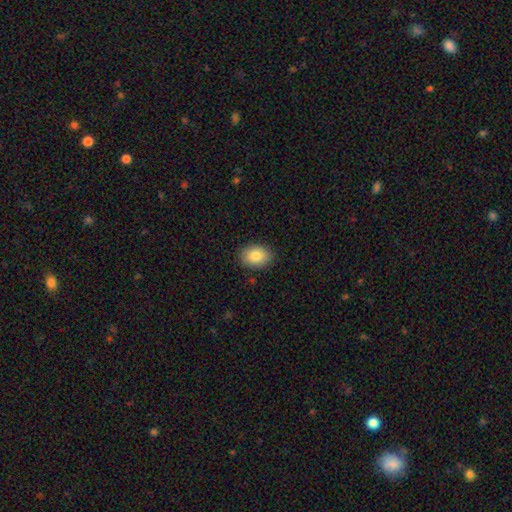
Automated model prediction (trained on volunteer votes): Overall: smooth (84%). How rounded: in between (72%). Merging: none (89%).